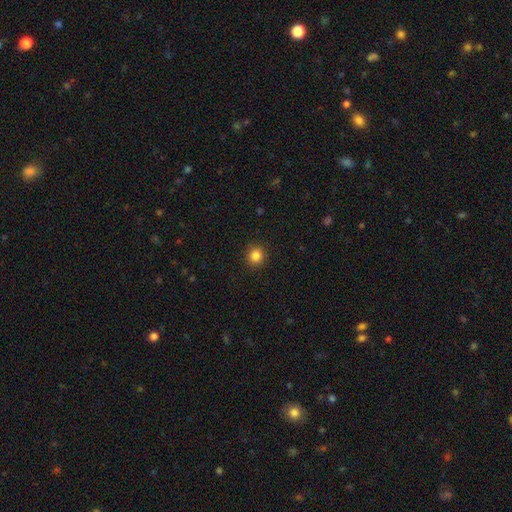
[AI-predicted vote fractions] Smooth or featured?
  - smooth: 85% *
  - star or artifact: 11%
  - featured or disk: 4%
How rounded?
  - round: 89% *
  - in between: 10%
  - cigar-shaped: 1%
Merging?
  - none: 91% *
  - minor disturbance: 6%
  - major disturbance: 2%
  - merger: 1%